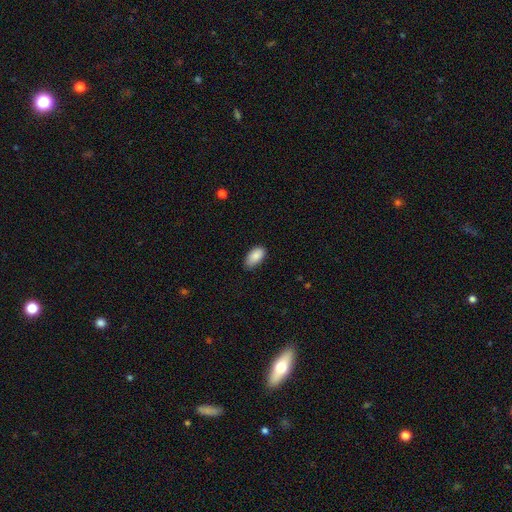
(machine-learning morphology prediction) Smooth or featured? smooth (87%)
How rounded? in between (94%)
Merging? none (75%)